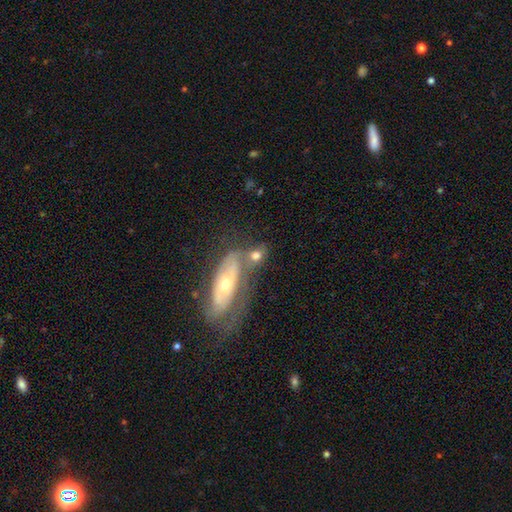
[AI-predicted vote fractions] A smooth galaxy with no disk features (53%) that is in between round and cigar-shaped (64%).

Vote fractions:
- Smooth or featured? smooth: 53% / featured or disk: 37% / star or artifact: 10%
- How rounded? in between: 64% / round: 26% / cigar-shaped: 10%
- Merging? merger: 42% / none: 36% / minor disturbance: 13% / major disturbance: 8%